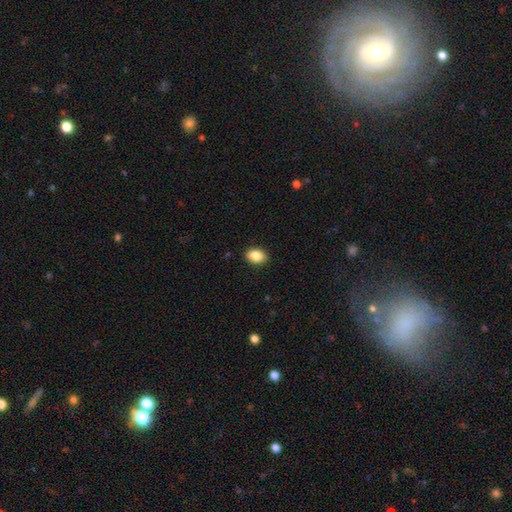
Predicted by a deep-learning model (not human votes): smooth-or-featured: smooth: 86% | star or artifact: 8% | featured or disk: 6%
  how-rounded: in between: 80% | round: 19% | cigar-shaped: 1%
  merging: none: 90% | minor disturbance: 7% | major disturbance: 2% | merger: 1%